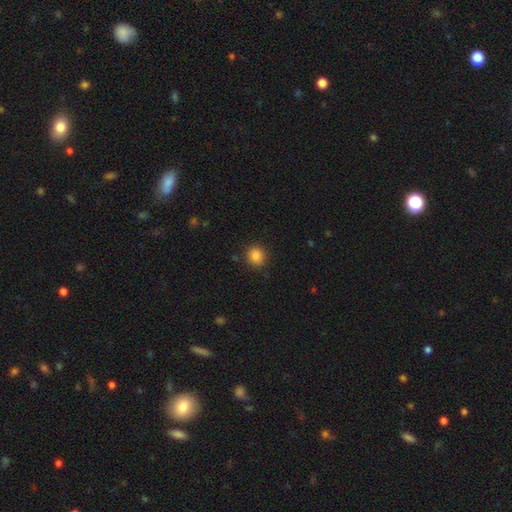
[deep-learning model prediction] This is clearly a smooth galaxy (86%). How rounded: clearly round (87%). Merging: clearly none (90%).